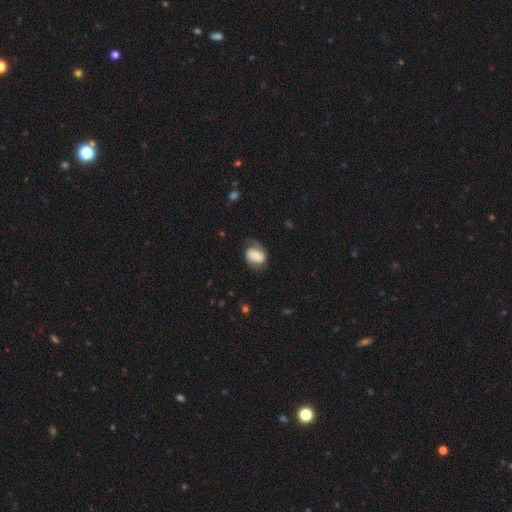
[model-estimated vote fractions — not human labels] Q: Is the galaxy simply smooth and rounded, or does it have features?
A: featured or disk — 48%.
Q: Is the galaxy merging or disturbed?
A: none — 56%.